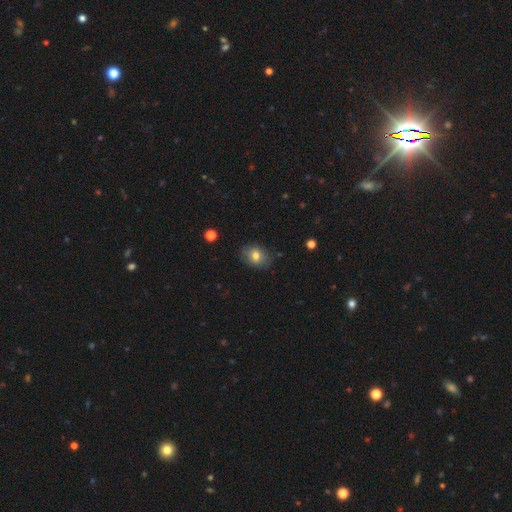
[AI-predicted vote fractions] Smooth or featured: smooth — 74% (featured or disk — 15%)
How rounded: in between — 62% (round — 36%)
Merging: none — 80% (minor disturbance — 15%)